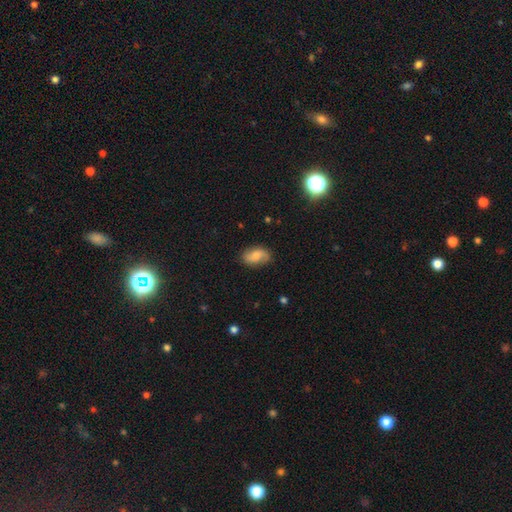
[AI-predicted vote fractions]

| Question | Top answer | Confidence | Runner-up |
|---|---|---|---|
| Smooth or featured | smooth | 61% | featured or disk (31%) |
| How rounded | in between | 89% | round (9%) |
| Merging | none | 76% | minor disturbance (18%) |